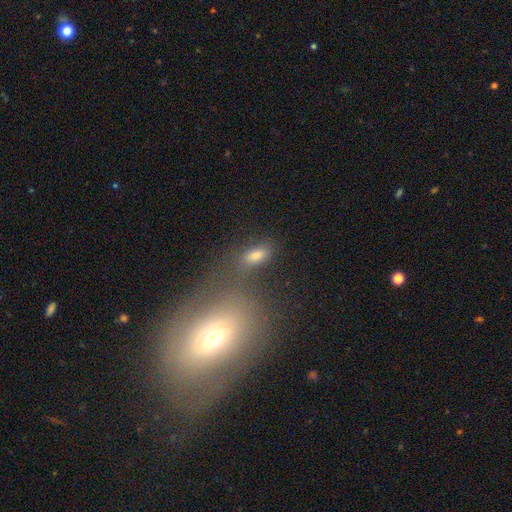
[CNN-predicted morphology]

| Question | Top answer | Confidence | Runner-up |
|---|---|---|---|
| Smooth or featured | smooth | 78% | star or artifact (14%) |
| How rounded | in between | 83% | cigar-shaped (10%) |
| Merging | none | 63% | minor disturbance (15%) |